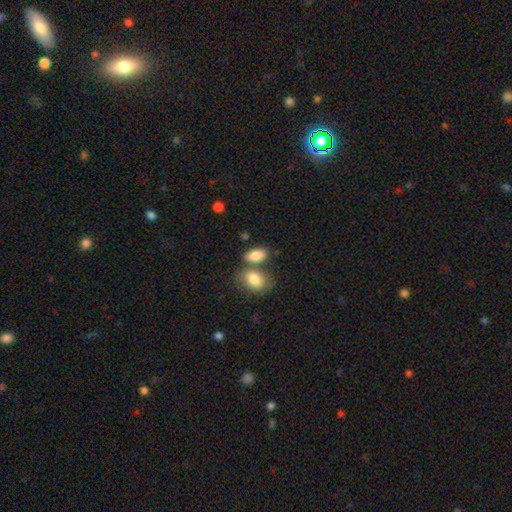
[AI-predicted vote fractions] This is clearly a smooth galaxy (85%). How rounded: clearly in between (90%). Merging: possibly none (55%).